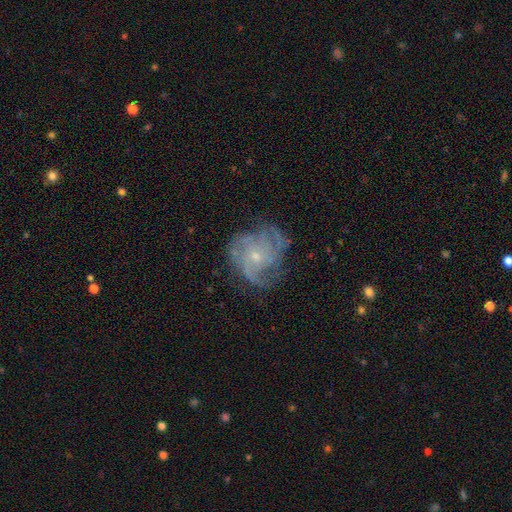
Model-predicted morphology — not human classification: This is clearly a featured or disk galaxy (81%). It is clearly not viewed edge-on (98%). Bar: likely no (75%). Spiral arm pattern: clearly yes (93%). Spiral arm count: marginally 3 (28%). Spiral winding: marginally tight (43%). Central bulge: likely small (72%). Merging: likely none (62%).